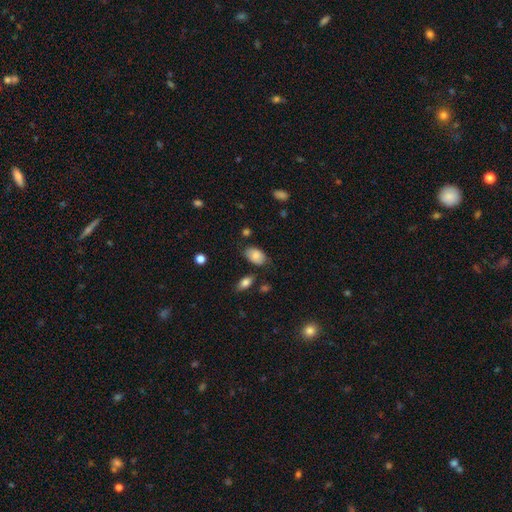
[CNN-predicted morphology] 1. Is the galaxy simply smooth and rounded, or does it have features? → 79% smooth, 13% featured or disk, 7% star or artifact.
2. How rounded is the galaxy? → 91% in between, 8% round, 1% cigar-shaped.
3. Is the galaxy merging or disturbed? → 69% none, 22% minor disturbance, 5% major disturbance, 4% merger.